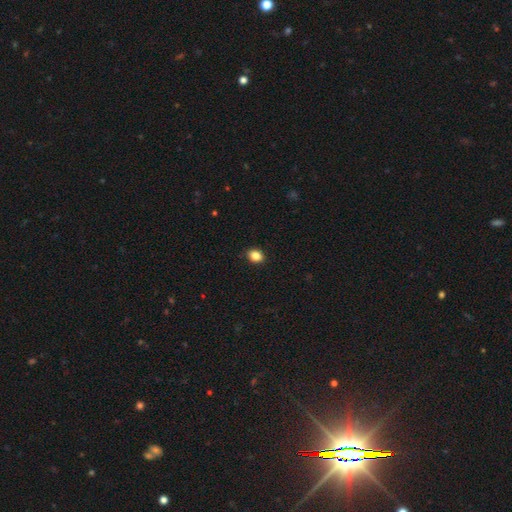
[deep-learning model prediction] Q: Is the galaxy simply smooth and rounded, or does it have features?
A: smooth — 86%.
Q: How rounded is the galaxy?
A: in between — 57%.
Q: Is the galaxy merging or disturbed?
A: none — 89%.